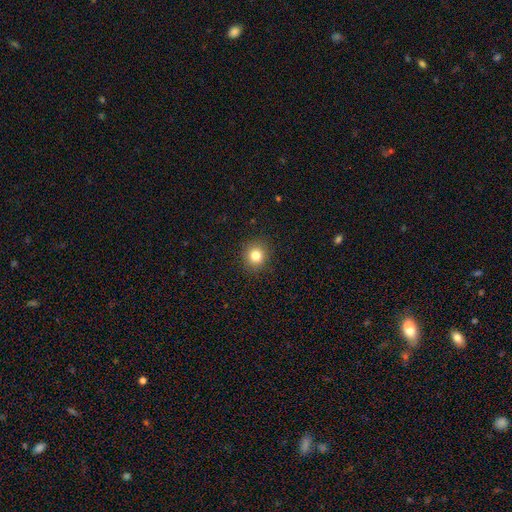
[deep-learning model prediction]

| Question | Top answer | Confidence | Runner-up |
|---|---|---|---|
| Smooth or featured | smooth | 81% | star or artifact (12%) |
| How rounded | round | 86% | in between (13%) |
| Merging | none | 91% | minor disturbance (6%) |